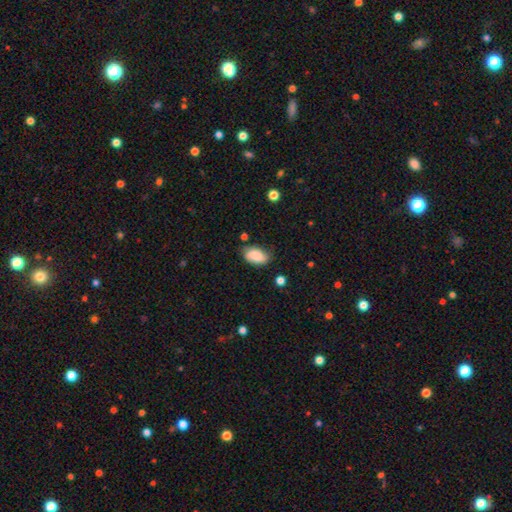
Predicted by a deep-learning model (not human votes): The model was most divided on "merging": none: 68%, minor disturbance: 25%, major disturbance: 5%, merger: 3%. More confident: how rounded — in between (92%); smooth or featured — smooth (83%).